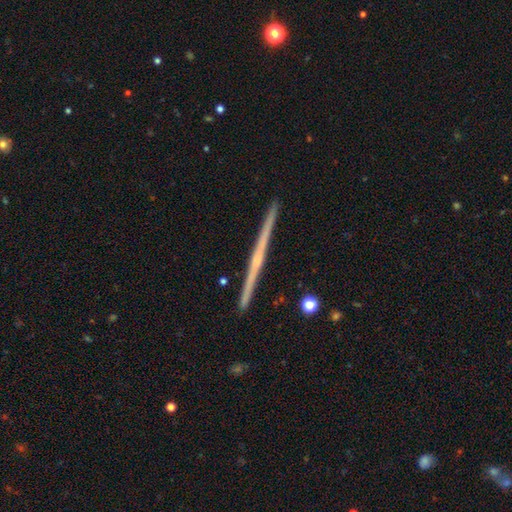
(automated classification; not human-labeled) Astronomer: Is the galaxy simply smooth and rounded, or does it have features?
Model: featured or disk — 74%.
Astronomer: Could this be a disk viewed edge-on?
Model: yes — 98%.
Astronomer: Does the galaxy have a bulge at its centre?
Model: none — 61%.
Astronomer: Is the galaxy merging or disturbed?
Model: none — 92%.